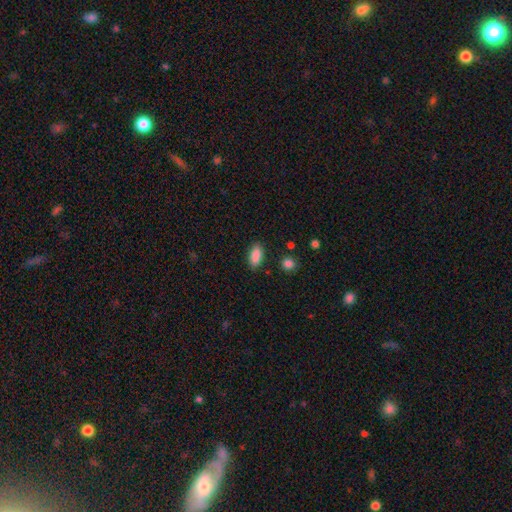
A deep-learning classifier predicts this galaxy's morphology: A smooth galaxy with no disk features (89%) that is in between round and cigar-shaped (89%). Merging: none (86%).